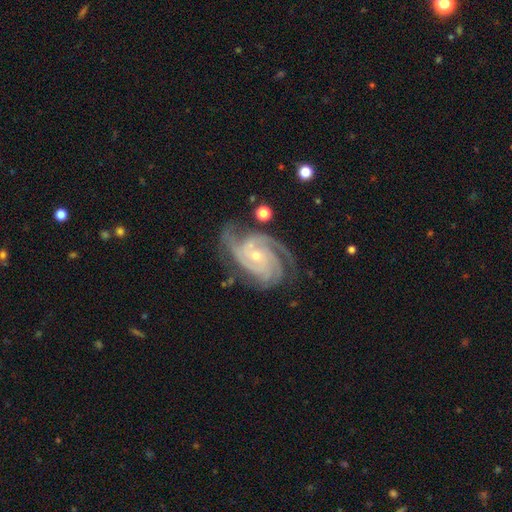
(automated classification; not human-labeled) A featured or disk galaxy (92%) with no bar (68%), 4 (37%, tied with 3) tight (67%) spiral arms (99%) and a small central bulge (68%).

Vote fractions:
- Smooth or featured? featured or disk: 92% / star or artifact: 5% / smooth: 3%
- Edge-on disk? no: 98% / yes: 2%
- Bar? no: 68% / weak: 24% / strong: 9%
- Spiral arms? yes: 99% / no: 1%
- Spiral winding? tight: 67% / medium: 30% / loose: 4%
- Spiral arm count? 4: 37% (tied) / 3: 37% (tied) / can't tell: 8% / 2: 8% / more than 4: 5% / 1: 5%
- Bulge size? small: 68% / moderate: 29% / none: 1% / large: 1% / dominant: 1%
- Merging? none: 71% / minor disturbance: 20% / major disturbance: 8% / merger: 2%